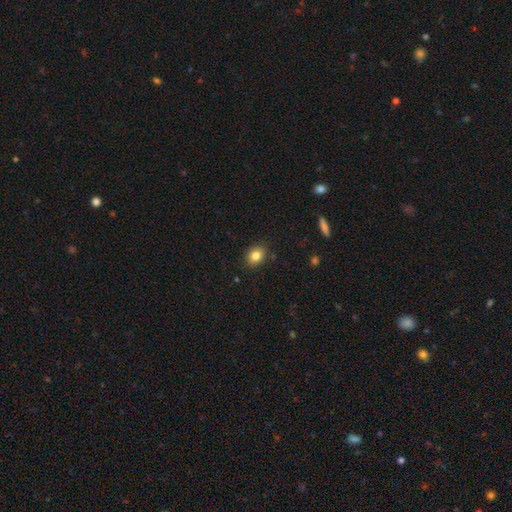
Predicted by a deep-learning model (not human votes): Smooth or featured? smooth (82%)
How rounded? round (50%)
Merging? none (86%)